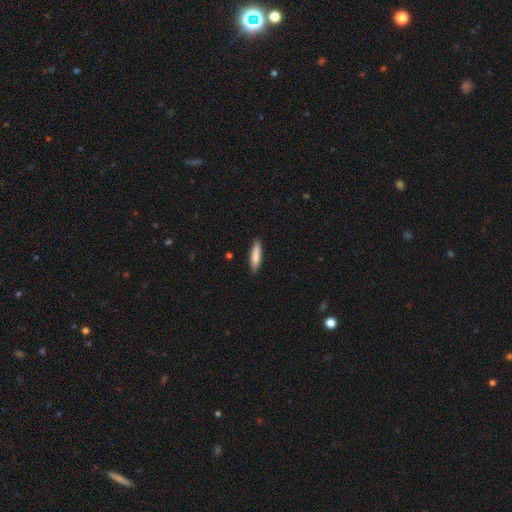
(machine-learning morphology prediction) A smooth galaxy with no disk features (85%) that is cigar-shaped (73%).

Vote fractions:
- Smooth or featured? smooth: 85% / featured or disk: 9% / star or artifact: 6%
- How rounded? cigar-shaped: 73% / in between: 25% / round: 1%
- Merging? none: 87% / minor disturbance: 10% / major disturbance: 2% / merger: 1%